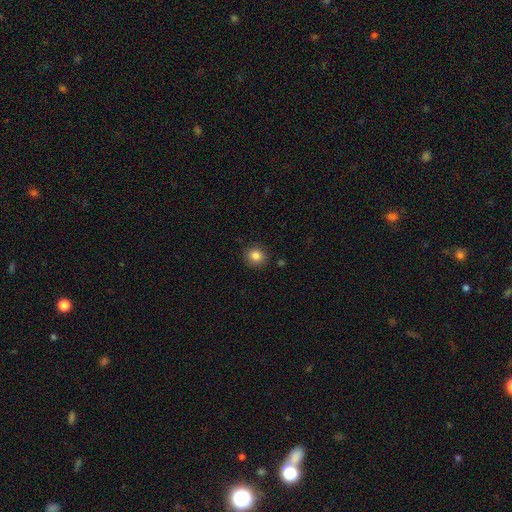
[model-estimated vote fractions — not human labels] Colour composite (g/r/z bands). It shows a smooth galaxy with no disk features (83%) that is round (83%). Merging: none (90%).